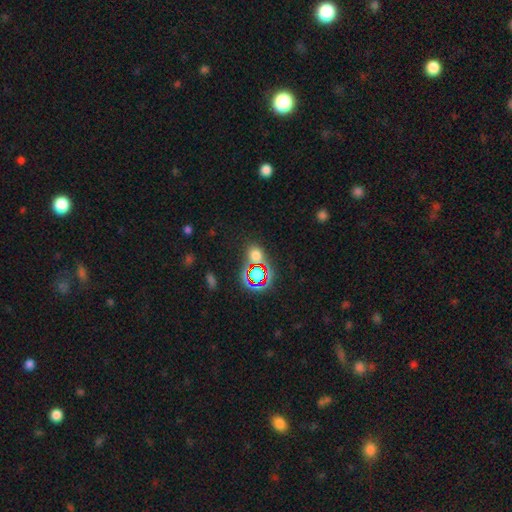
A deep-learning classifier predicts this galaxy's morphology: type=smooth (54%); roundness=round (73%); merging=none (72%).